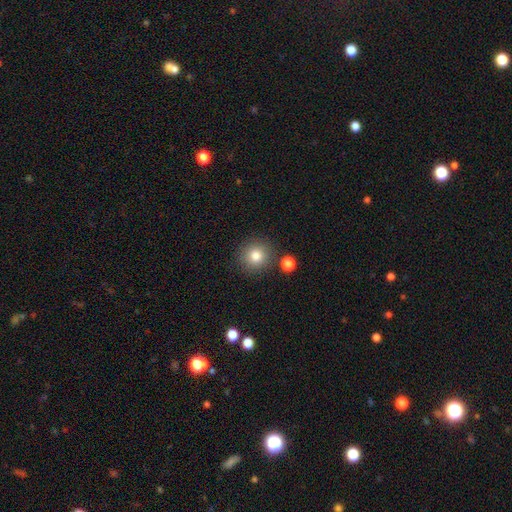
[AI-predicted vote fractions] Smooth or featured? Predicted: smooth (p=0.81). How rounded? Predicted: round (p=0.92). Merging? Predicted: none (p=0.84).